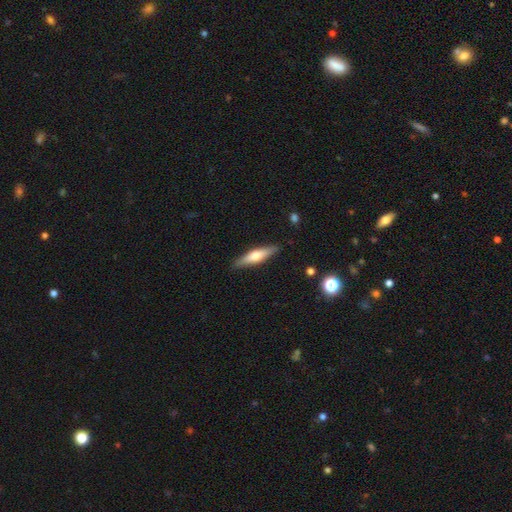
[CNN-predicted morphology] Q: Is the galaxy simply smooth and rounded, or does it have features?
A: smooth — 51%.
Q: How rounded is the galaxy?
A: cigar-shaped — 76%.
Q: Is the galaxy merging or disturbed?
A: none — 88%.